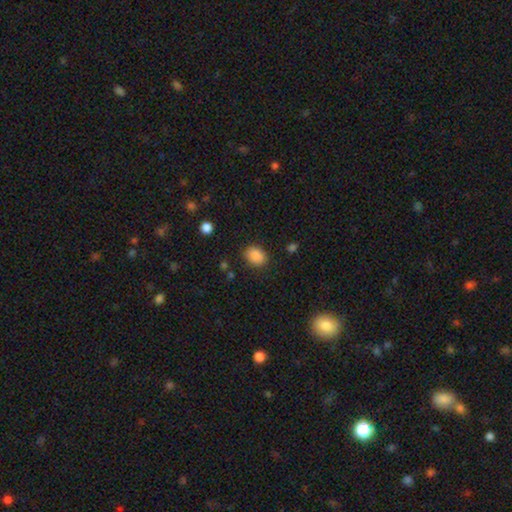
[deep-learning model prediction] Smooth or featured?
  - smooth: 87% *
  - star or artifact: 9%
  - featured or disk: 4%
How rounded?
  - in between: 62% *
  - round: 37%
  - cigar-shaped: 1%
Merging?
  - none: 81% *
  - minor disturbance: 13%
  - major disturbance: 4%
  - merger: 2%